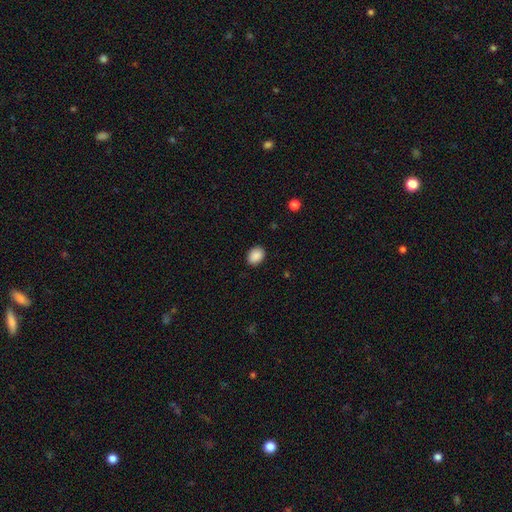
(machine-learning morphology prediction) A smooth galaxy with no disk features (90%) that is in between round and cigar-shaped (66%).

Vote fractions:
- Smooth or featured? smooth: 90% / star or artifact: 8% / featured or disk: 3%
- How rounded? in between: 66% / round: 33% / cigar-shaped: 1%
- Merging? none: 89% / minor disturbance: 8% / major disturbance: 2% / merger: 1%